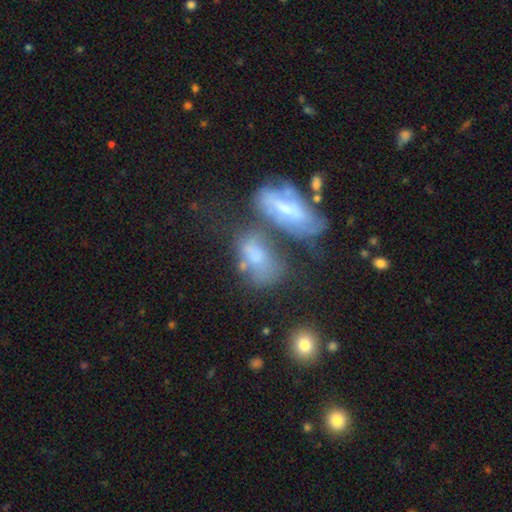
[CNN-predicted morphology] smooth-or-featured: smooth: 52% | featured or disk: 36% | star or artifact: 12%
  how-rounded: in between: 83% | round: 11% | cigar-shaped: 6%
  merging: merger: 42% | none: 23% | major disturbance: 18% | minor disturbance: 17%